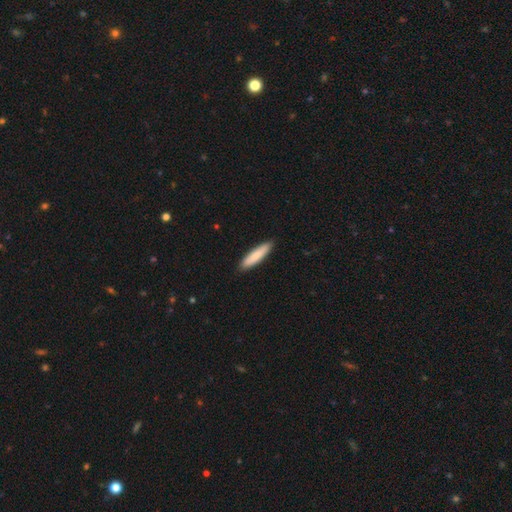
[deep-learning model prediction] A smooth galaxy with no disk features (85%) that is cigar-shaped (81%).

Vote fractions:
- Smooth or featured? smooth: 85% / featured or disk: 10% / star or artifact: 5%
- How rounded? cigar-shaped: 81% / in between: 18% / round: 1%
- Merging? none: 90% / minor disturbance: 8% / major disturbance: 1% / merger: 1%